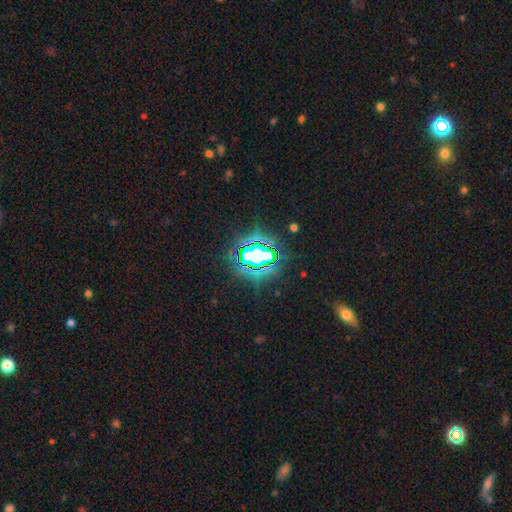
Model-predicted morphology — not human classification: Overall: star or artifact (72%).